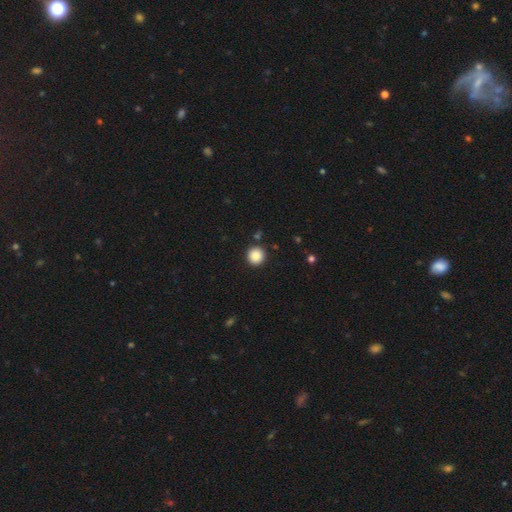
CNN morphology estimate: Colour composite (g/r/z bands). It shows a smooth galaxy with no disk features (88%) that is round (93%). Merging: none (91%).